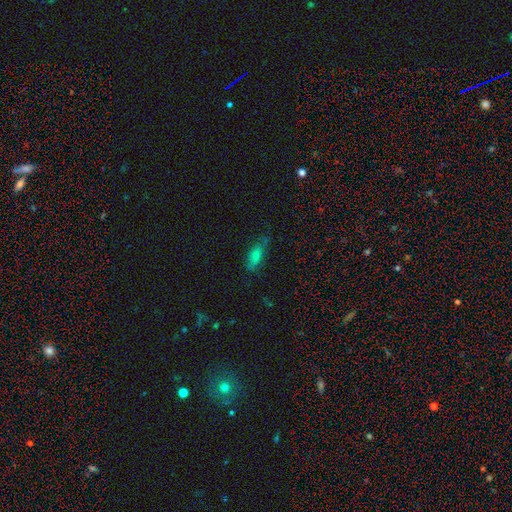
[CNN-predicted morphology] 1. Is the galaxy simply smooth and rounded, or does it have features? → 59% smooth, 23% featured or disk, 19% star or artifact.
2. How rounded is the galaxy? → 61% in between, 35% cigar-shaped, 4% round.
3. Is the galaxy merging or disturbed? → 68% none, 23% minor disturbance, 7% major disturbance, 2% merger.